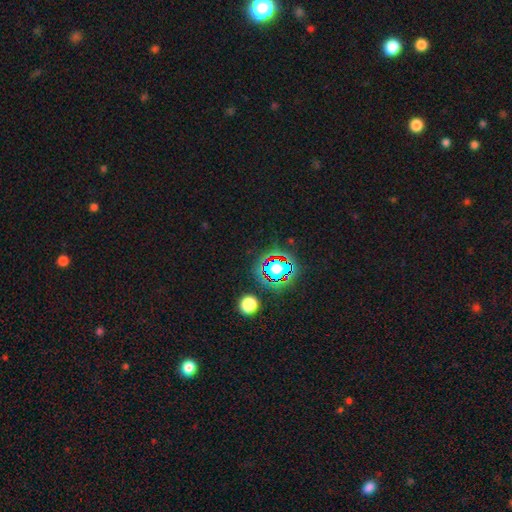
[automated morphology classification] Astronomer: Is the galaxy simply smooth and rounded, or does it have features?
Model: star or artifact — 79%.